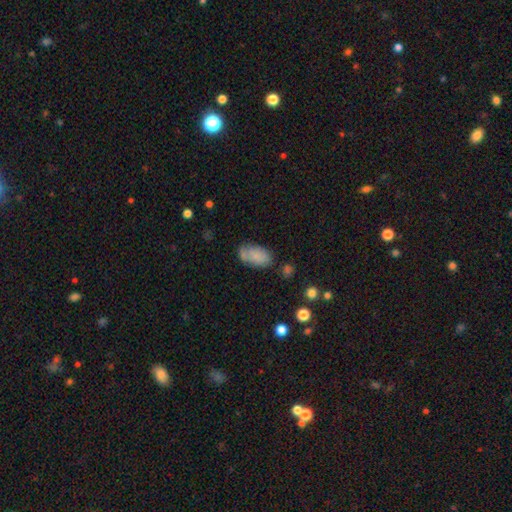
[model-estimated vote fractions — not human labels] Smooth or featured? smooth (77%)
How rounded? in between (92%)
Merging? none (55%)